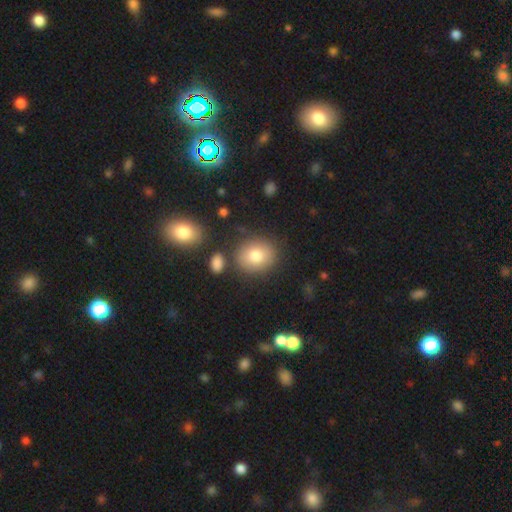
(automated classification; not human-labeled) Smooth or featured?
  - smooth: 79% *
  - featured or disk: 11%
  - star or artifact: 10%
How rounded?
  - round: 72% *
  - in between: 27%
  - cigar-shaped: 1%
Merging?
  - none: 81% *
  - minor disturbance: 10%
  - merger: 6%
  - major disturbance: 3%